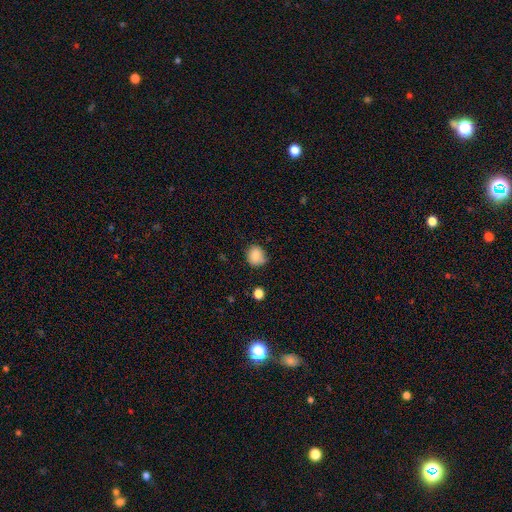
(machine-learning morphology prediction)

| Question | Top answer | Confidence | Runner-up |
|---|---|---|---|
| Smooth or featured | smooth | 83% | star or artifact (9%) |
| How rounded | round | 78% | in between (21%) |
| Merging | none | 73% | minor disturbance (21%) |